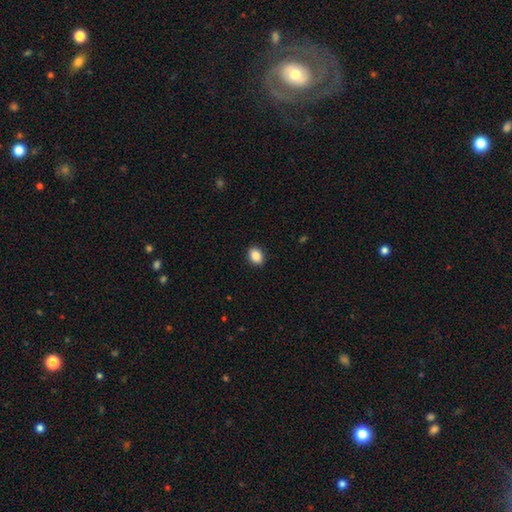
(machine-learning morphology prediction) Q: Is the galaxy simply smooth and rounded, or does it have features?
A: smooth — 88%.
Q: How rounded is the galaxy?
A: in between — 75%.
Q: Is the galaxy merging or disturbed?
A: none — 91%.